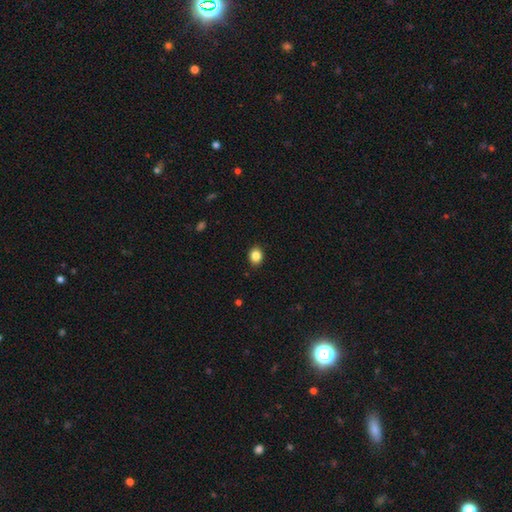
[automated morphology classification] Smooth or featured? Predicted: smooth (p=0.86). How rounded? Predicted: in between (p=0.50). Merging? Predicted: none (p=0.90).